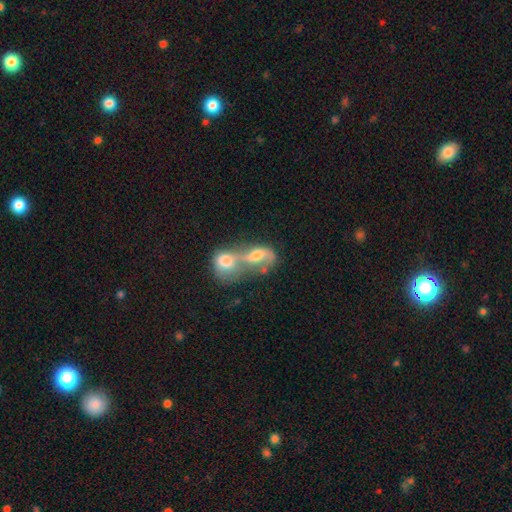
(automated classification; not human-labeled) Smooth or featured?
  - featured or disk: 49% *
  - smooth: 41%
  - star or artifact: 10%
Merging?
  - merger: 78% *
  - none: 9%
  - major disturbance: 8%
  - minor disturbance: 5%